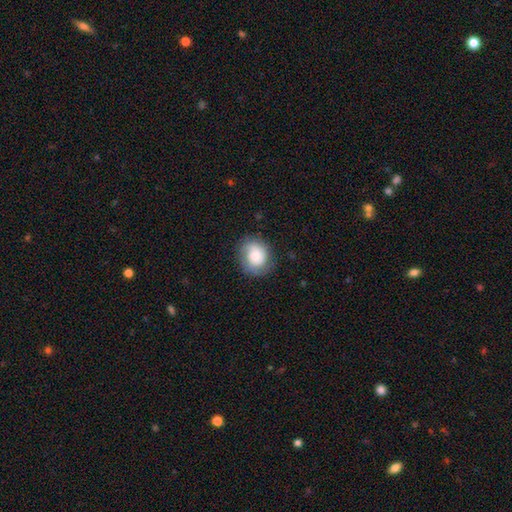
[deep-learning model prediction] The model was most divided on "smooth or featured": smooth: 62%, featured or disk: 29%, star or artifact: 8%. More confident: merging — none (75%); how rounded — round (70%).